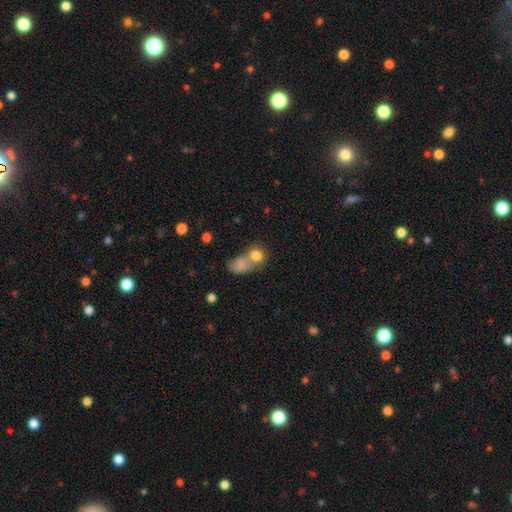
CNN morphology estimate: Smooth or featured? smooth (79%)
How rounded? round (60%)
Merging? merger (57%)